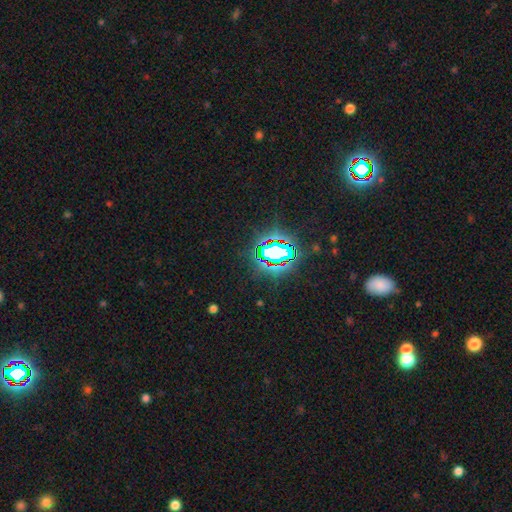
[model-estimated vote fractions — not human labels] This appears to be a star or artifact, not a galaxy (83%).